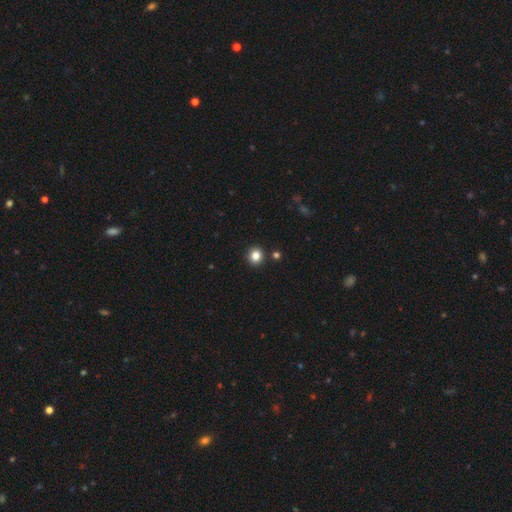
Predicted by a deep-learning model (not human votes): Morphology: type=smooth (83%); roundness=round (88%); merging=none (91%).